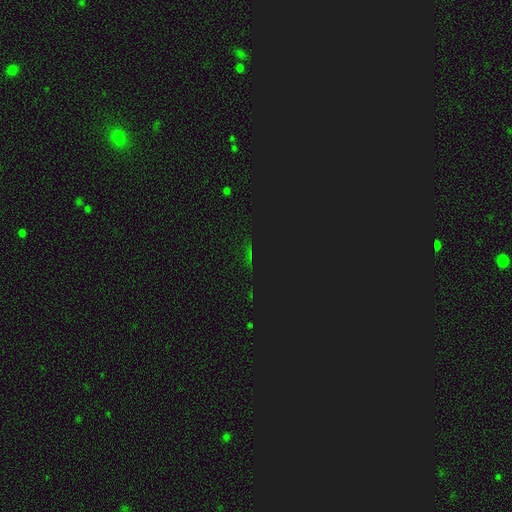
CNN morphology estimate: Smooth or featured? star or artifact (79%)